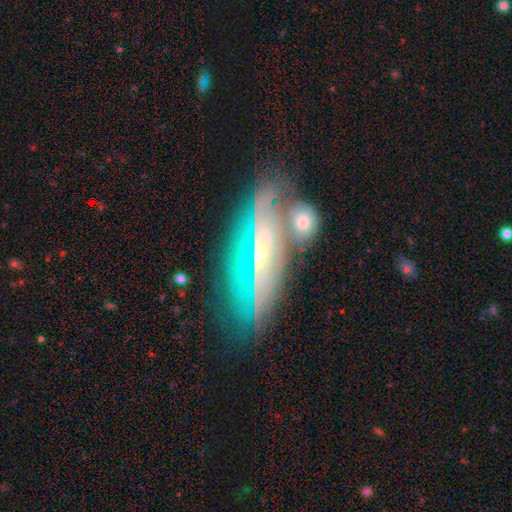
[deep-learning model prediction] This is likely a featured or disk galaxy (78%). It is possibly viewed edge-on (59%). Merging: possibly none (59%).